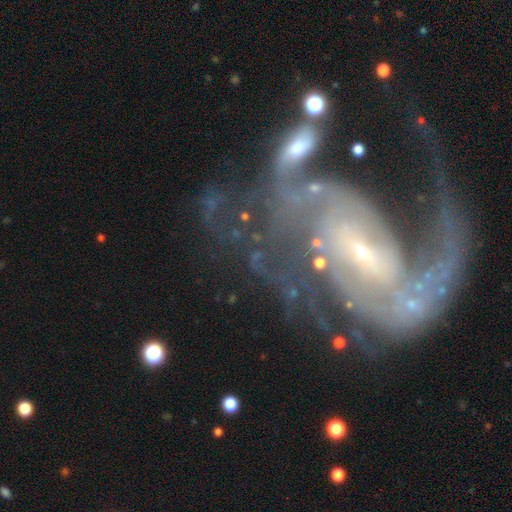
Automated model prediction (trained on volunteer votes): A featured or disk galaxy (79%) with no bar (39%), 2 (35%) tight (42%) spiral arms (87%) and a small central bulge (72%).

Vote fractions:
- Smooth or featured? featured or disk: 79% / smooth: 11% / star or artifact: 10%
- Edge-on disk? no: 94% / yes: 6%
- Bar? no: 39% / weak: 37% / strong: 25%
- Spiral arms? yes: 87% / no: 13%
- Spiral winding? tight: 42% / medium: 36% / loose: 22%
- Spiral arm count? 2: 35% / can't tell: 31% / 3: 12% / 4: 8% / more than 4: 7% / 1: 7%
- Bulge size? small: 72% / moderate: 18% / none: 5% / large: 3% / dominant: 2%
- Merging? none: 40% / major disturbance: 23% / merger: 20% / minor disturbance: 17%